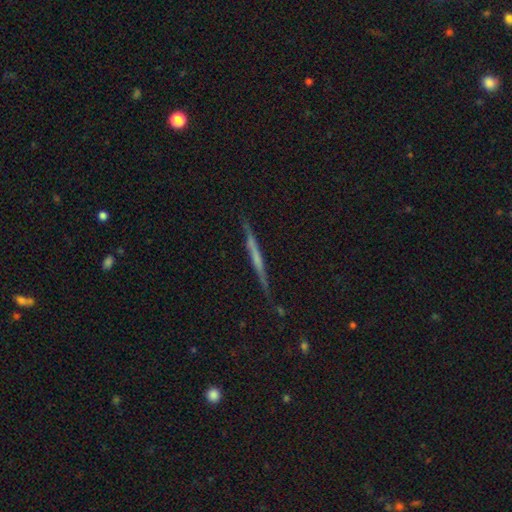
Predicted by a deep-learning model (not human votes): smooth-or-featured: featured or disk: 61% | smooth: 32% | star or artifact: 7%
  disk-edge-on: yes: 97% | no: 3%
    edge-on-bulge: none: 77% | rounded: 15% | boxy: 8%
  merging: none: 87% | minor disturbance: 10% | major disturbance: 2% | merger: 2%